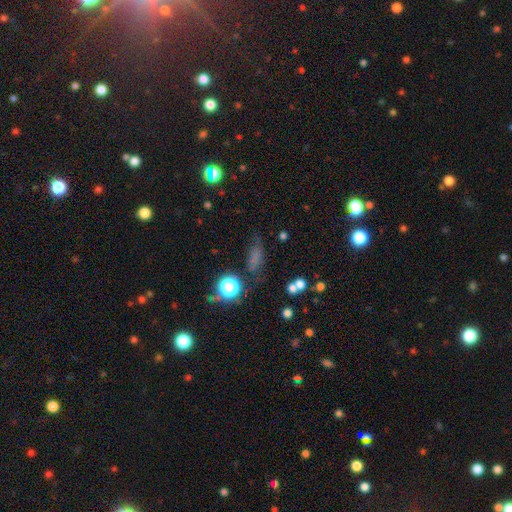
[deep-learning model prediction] Morphology: type=smooth (54%); roundness=in between (56%); merging=none (63%).